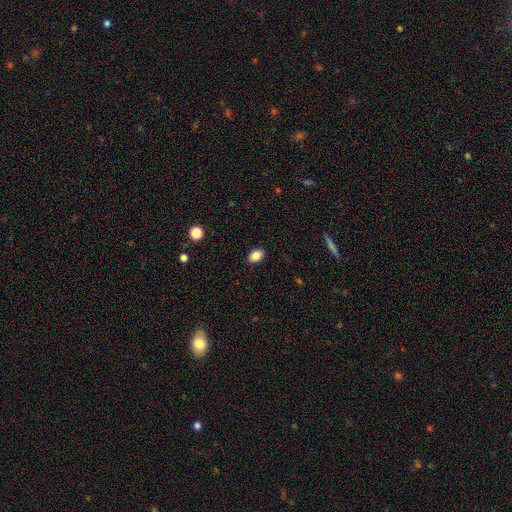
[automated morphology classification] The model was most divided on "how rounded": in between: 76%, round: 23%, cigar-shaped: 1%. More confident: merging — none (89%); smooth or featured — smooth (86%).